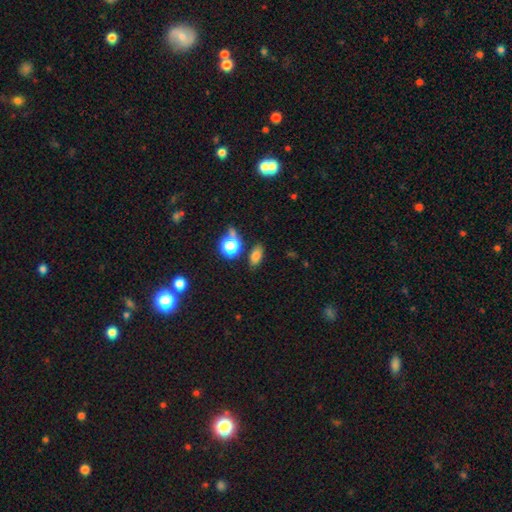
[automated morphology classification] type=smooth (77%); roundness=in between (81%); merging=none (80%).